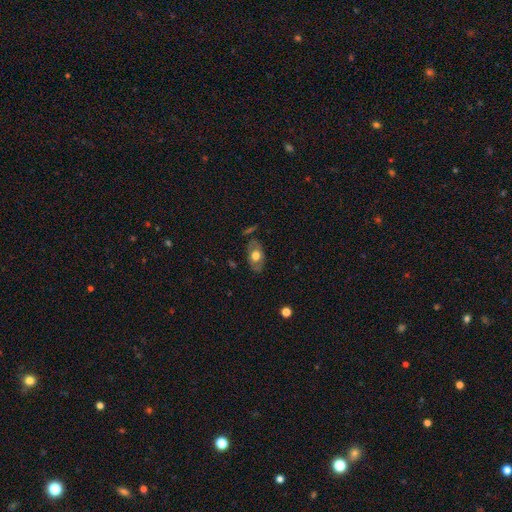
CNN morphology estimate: Overall: smooth (56%; featured or disk 36%). How rounded: in between (86%). Merging: none (75%).